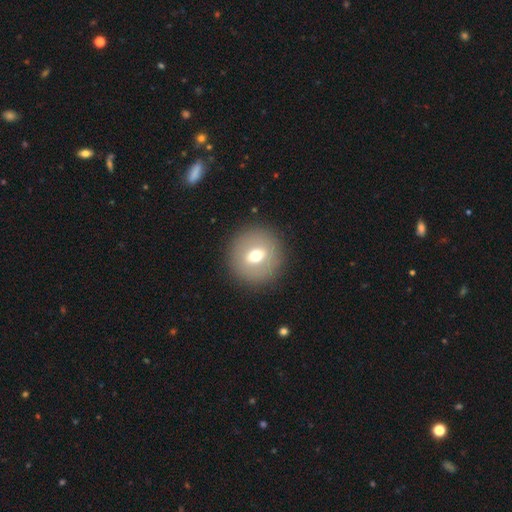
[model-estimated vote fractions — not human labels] Morphology: type=smooth (57%); roundness=round (88%); merging=none (88%).